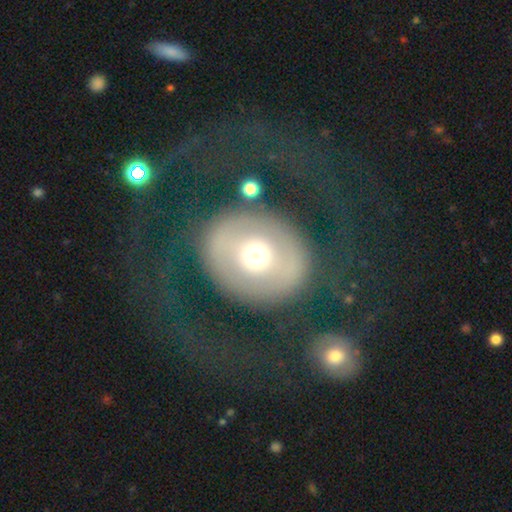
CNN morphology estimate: smooth_or_featured: featured or disk (p=0.48) [alt: smooth p=0.43]
merging: none (p=0.66) [alt: major disturbance p=0.19]